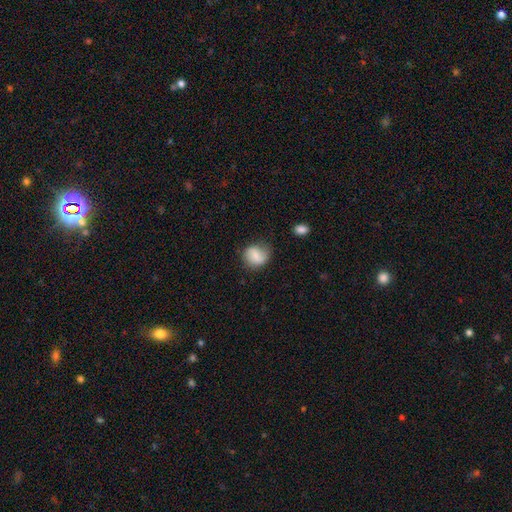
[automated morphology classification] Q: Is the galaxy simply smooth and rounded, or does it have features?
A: smooth — 71%.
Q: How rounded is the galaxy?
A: round — 73%.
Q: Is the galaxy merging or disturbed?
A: none — 66%.